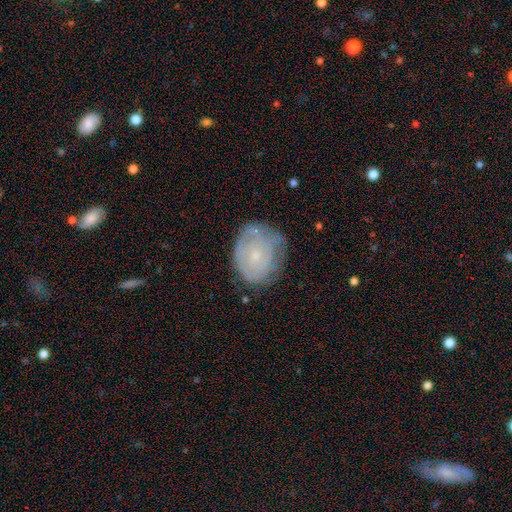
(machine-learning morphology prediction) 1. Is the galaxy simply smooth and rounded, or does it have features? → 61% featured or disk, 32% smooth, 8% star or artifact.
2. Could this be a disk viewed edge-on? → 97% no, 3% yes.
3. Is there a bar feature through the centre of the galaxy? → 81% no, 17% weak, 2% strong.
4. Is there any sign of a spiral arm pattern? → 68% yes, 32% no.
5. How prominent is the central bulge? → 69% small, 23% moderate, 6% none, 1% large, 1% dominant.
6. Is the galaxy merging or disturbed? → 65% none, 25% minor disturbance, 9% major disturbance, 2% merger.